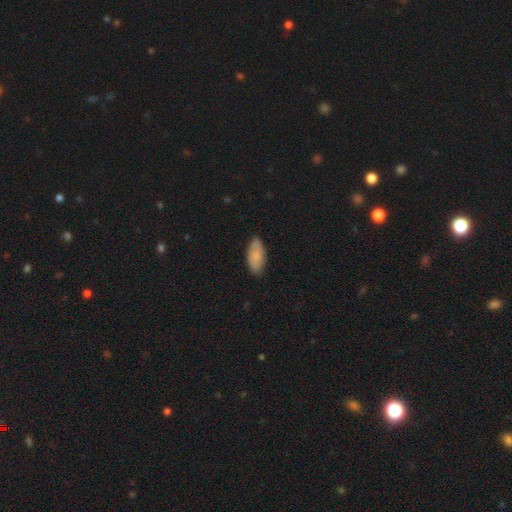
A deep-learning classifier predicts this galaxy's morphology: Smooth or featured? smooth (77%)
How rounded? in between (93%)
Merging? none (80%)